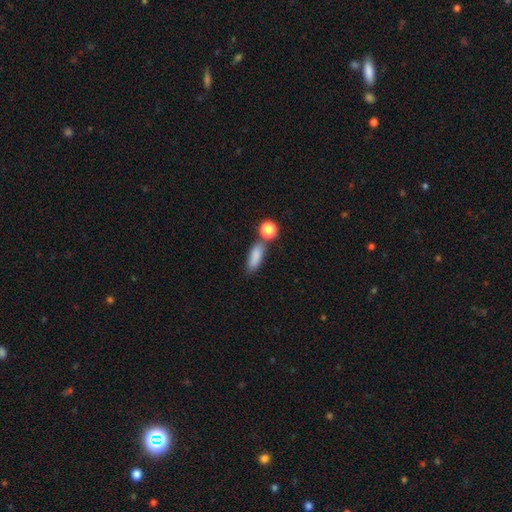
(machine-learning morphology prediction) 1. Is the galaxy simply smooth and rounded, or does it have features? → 83% smooth, 10% star or artifact, 8% featured or disk.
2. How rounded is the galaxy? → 61% in between, 31% cigar-shaped, 8% round.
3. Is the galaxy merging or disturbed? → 58% none, 21% merger, 16% minor disturbance, 6% major disturbance.